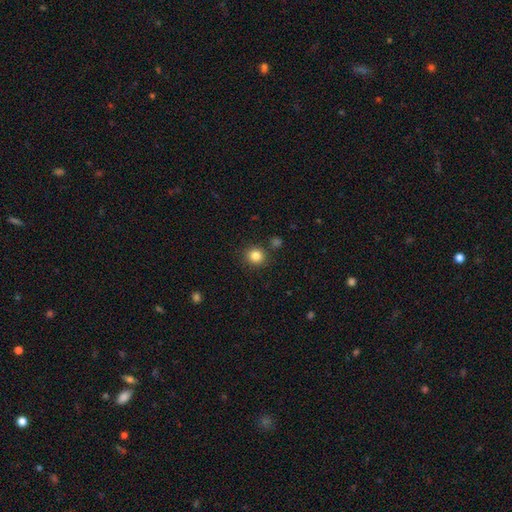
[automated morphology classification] The model was most divided on "smooth or featured": smooth: 84%, star or artifact: 11%, featured or disk: 5%. More confident: how rounded — round (89%); merging — none (86%).